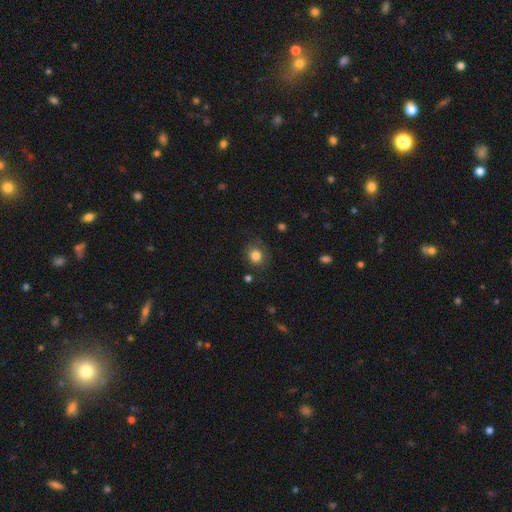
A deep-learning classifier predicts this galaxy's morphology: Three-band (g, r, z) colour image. It shows a smooth galaxy with no disk features (82%) that is round (77%). Merging: none (73%).